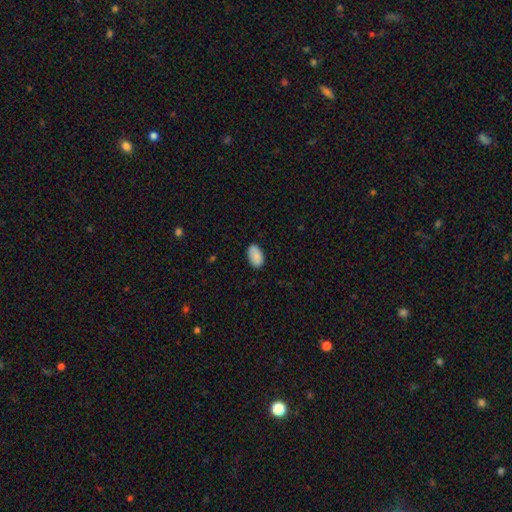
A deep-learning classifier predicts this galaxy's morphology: smooth-or-featured: smooth: 89% | star or artifact: 7% | featured or disk: 4%
  how-rounded: in between: 94% | round: 4% | cigar-shaped: 1%
  merging: none: 84% | minor disturbance: 13% | major disturbance: 2% | merger: 1%